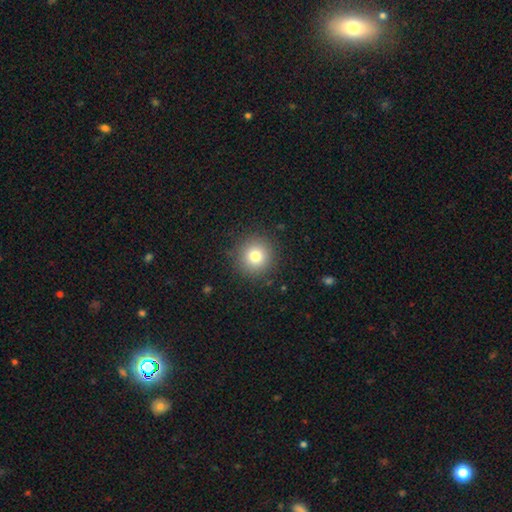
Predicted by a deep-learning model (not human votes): Smooth or featured? Predicted: smooth (p=0.79). How rounded? Predicted: round (p=0.94). Merging? Predicted: none (p=0.91).